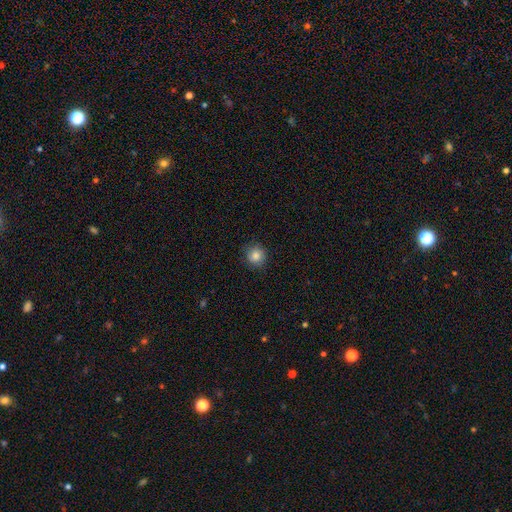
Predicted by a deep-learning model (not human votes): This is clearly a smooth galaxy (84%). How rounded: clearly round (92%). Merging: clearly none (87%).